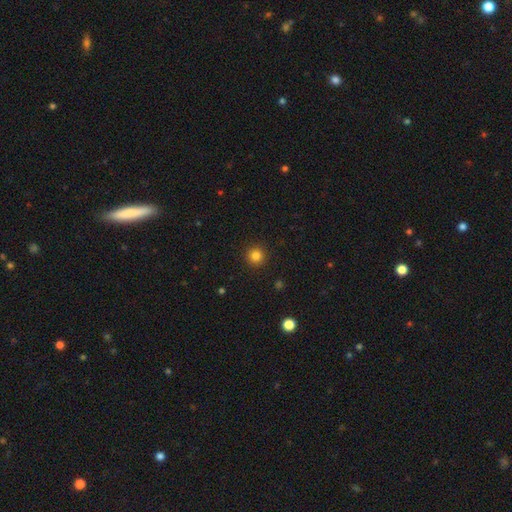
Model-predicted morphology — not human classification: The model was most divided on "smooth or featured": smooth: 83%, star or artifact: 13%, featured or disk: 4%. More confident: how rounded — round (95%); merging — none (92%).